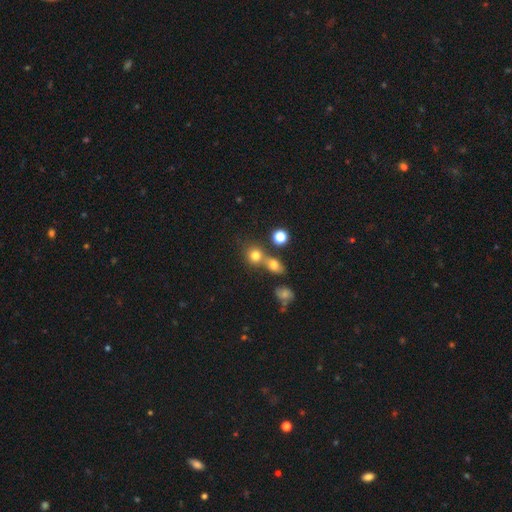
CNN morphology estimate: type=smooth (75%); roundness=round (81%); merging=none (49%).